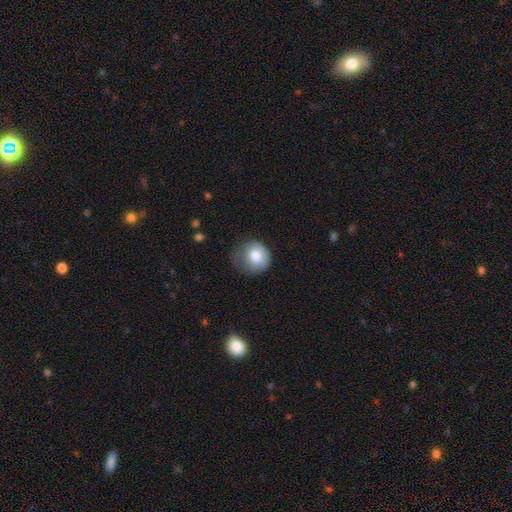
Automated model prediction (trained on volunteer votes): Smooth or featured? smooth (77%)
How rounded? round (80%)
Merging? none (42%)